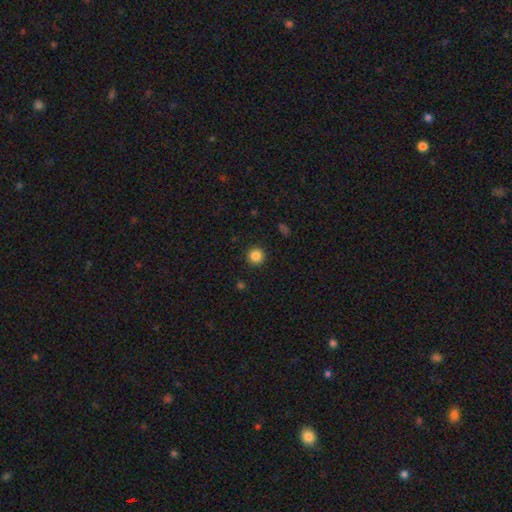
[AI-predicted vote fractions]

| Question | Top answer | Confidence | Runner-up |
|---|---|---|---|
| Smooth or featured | smooth | 85% | star or artifact (11%) |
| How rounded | round | 95% | in between (4%) |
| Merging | none | 93% | minor disturbance (5%) |